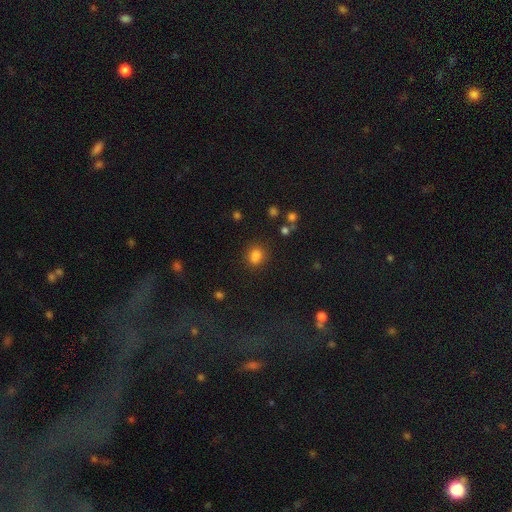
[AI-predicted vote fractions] smooth-or-featured: smooth: 80% | star or artifact: 14% | featured or disk: 6%
  how-rounded: round: 64% | in between: 35% | cigar-shaped: 1%
  merging: none: 72% | minor disturbance: 13% | merger: 10% | major disturbance: 5%